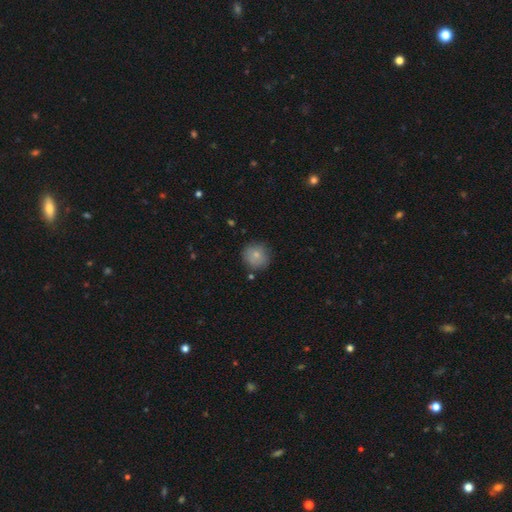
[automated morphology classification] Overall: smooth (80%). How rounded: round (92%). Merging: none (82%).